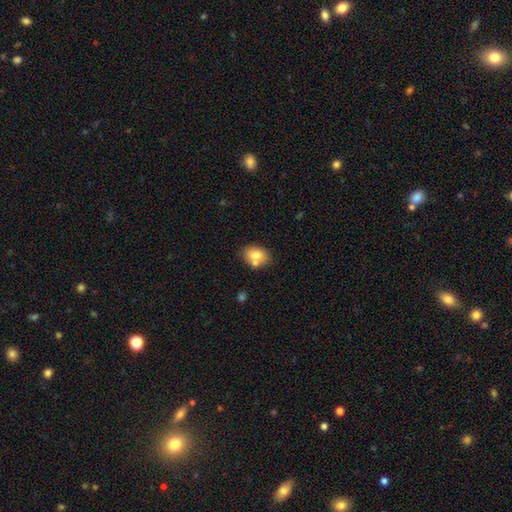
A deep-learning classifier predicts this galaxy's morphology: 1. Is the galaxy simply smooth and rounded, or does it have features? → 76% smooth, 16% featured or disk, 9% star or artifact.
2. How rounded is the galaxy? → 67% in between, 32% round, 1% cigar-shaped.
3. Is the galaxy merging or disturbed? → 60% none, 22% merger, 15% minor disturbance, 4% major disturbance.